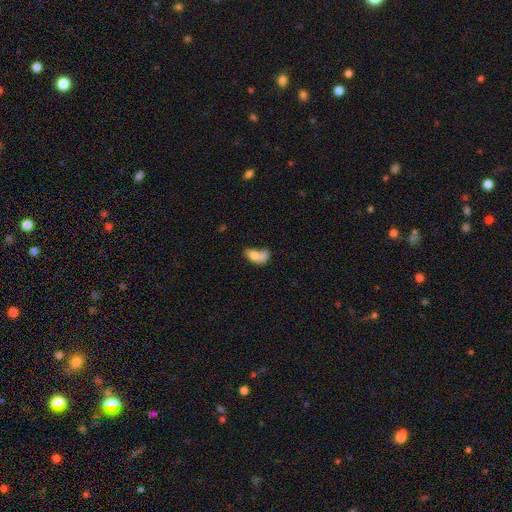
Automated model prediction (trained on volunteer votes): Morphology: type=smooth (70%); roundness=in between (80%); merging=merger (56%).